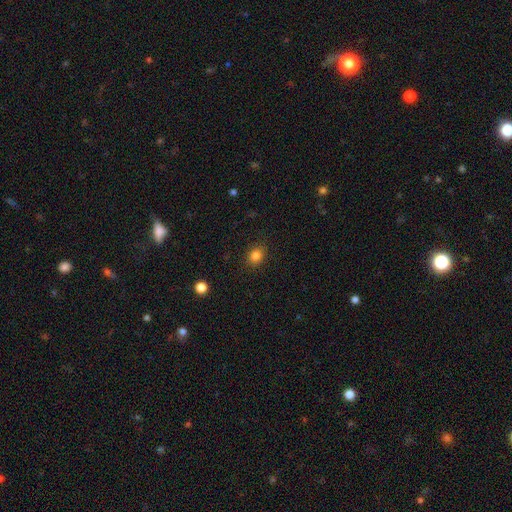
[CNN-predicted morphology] Overall: smooth (83%). How rounded: round (58%; in between 41%). Merging: none (87%).